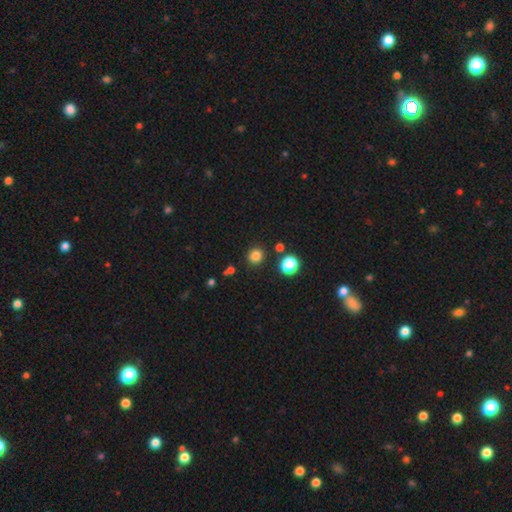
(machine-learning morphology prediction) A smooth galaxy with no disk features (81%) that is round (88%). Merging: none (87%).